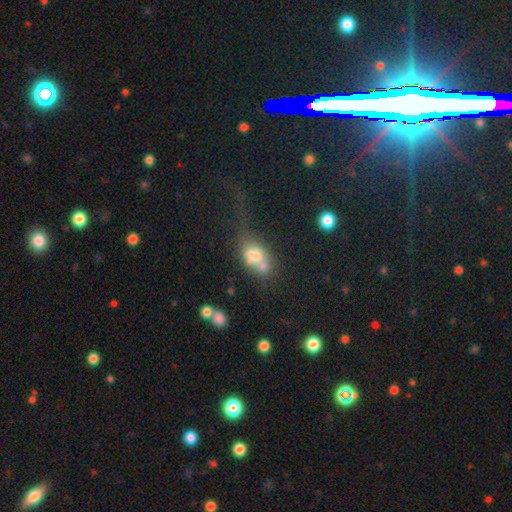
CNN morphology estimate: A smooth galaxy with no disk features (57%) that is in between round and cigar-shaped (63%).

Vote fractions:
- Smooth or featured? smooth: 57% / featured or disk: 29% / star or artifact: 14%
- How rounded? in between: 63% / round: 32% / cigar-shaped: 5%
- Merging? merger: 49% / none: 20% / major disturbance: 19% / minor disturbance: 12%